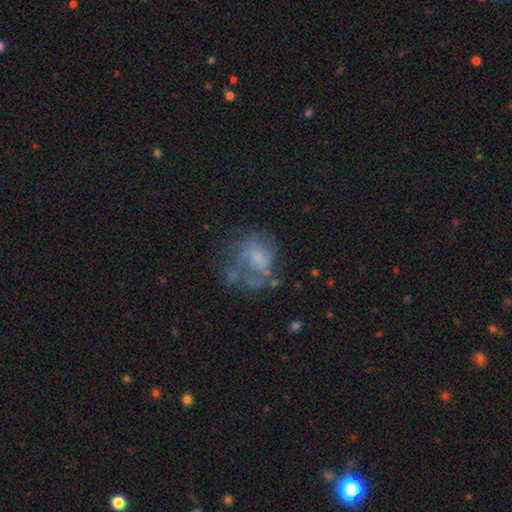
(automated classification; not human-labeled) Smooth or featured?
  - featured or disk: 51% *
  - smooth: 37%
  - star or artifact: 12%
Edge-on disk?
  - no: 98% *
  - yes: 2%
Merging?
  - major disturbance: 39% *
  - none: 33%
  - minor disturbance: 20%
  - merger: 8%